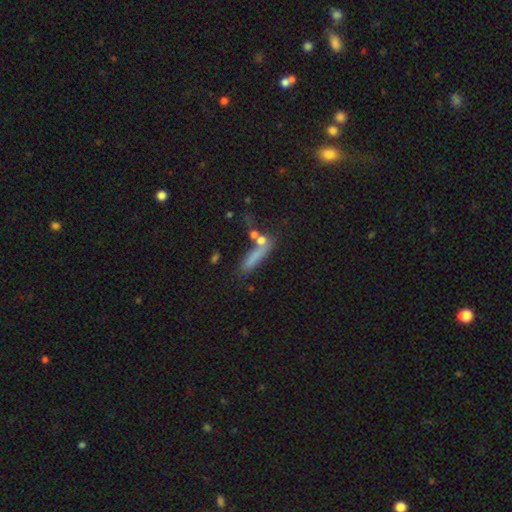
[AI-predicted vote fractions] Smooth or featured? Predicted: smooth (p=0.68). How rounded? Predicted: cigar-shaped (p=0.78). Merging? Predicted: none (p=0.60).